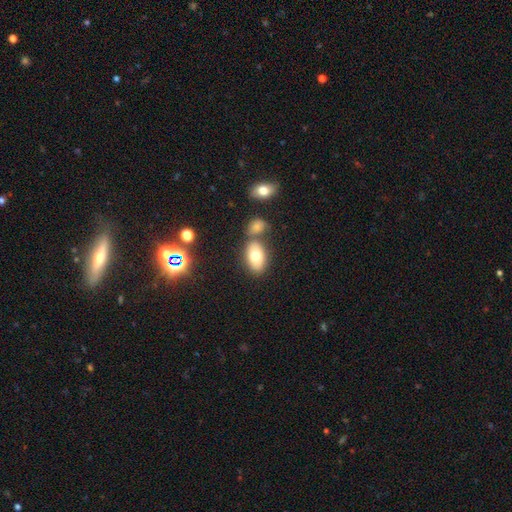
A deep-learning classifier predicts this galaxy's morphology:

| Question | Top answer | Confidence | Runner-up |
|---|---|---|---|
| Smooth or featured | smooth | 73% | featured or disk (17%) |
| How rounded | in between | 90% | round (8%) |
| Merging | none | 64% | merger (20%) |